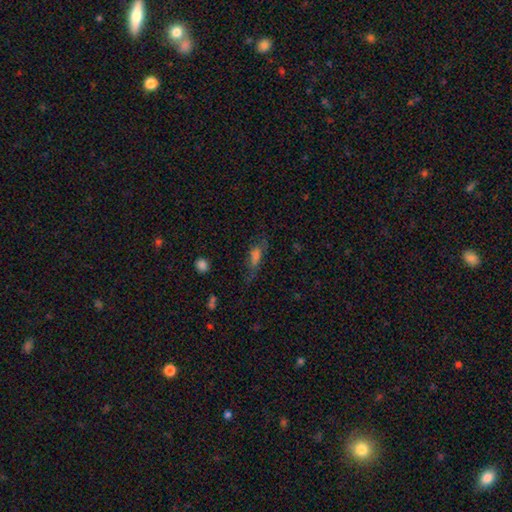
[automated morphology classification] type=smooth (54%); roundness=in between (51%); merging=none (58%).